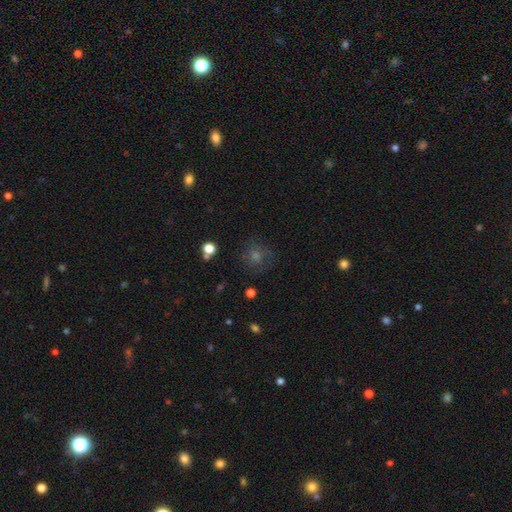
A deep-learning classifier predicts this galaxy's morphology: This appears to be a smooth galaxy with no disk features (44%). Merging: none (78%).